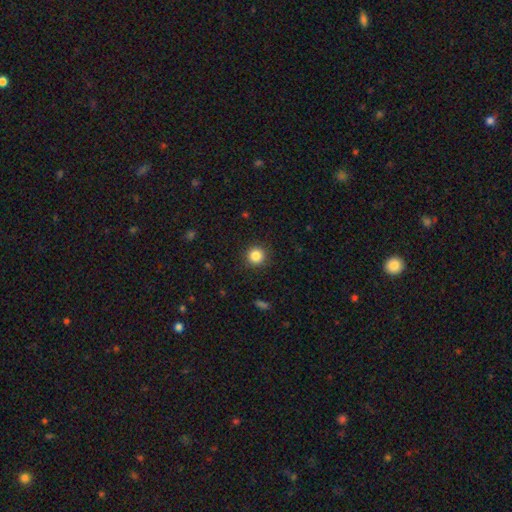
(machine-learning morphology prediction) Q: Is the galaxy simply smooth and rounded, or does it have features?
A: smooth — 85%.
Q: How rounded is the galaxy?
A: round — 95%.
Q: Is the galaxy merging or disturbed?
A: none — 91%.